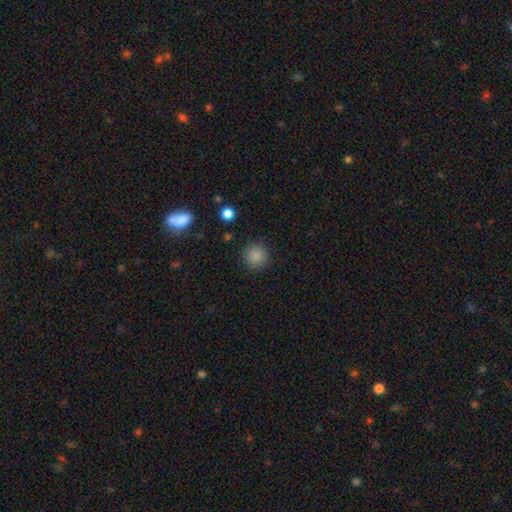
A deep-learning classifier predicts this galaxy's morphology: Smooth or featured?
  - smooth: 86% *
  - star or artifact: 10%
  - featured or disk: 3%
How rounded?
  - round: 94% *
  - in between: 5%
  - cigar-shaped: 1%
Merging?
  - none: 89% *
  - minor disturbance: 7%
  - major disturbance: 3%
  - merger: 1%